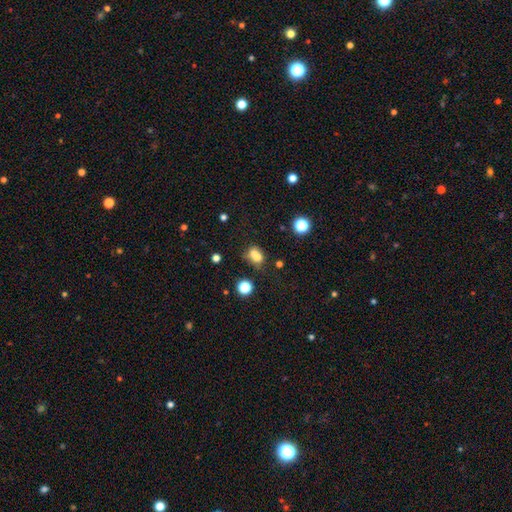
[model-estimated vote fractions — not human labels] This appears to be a smooth galaxy with no disk features (71%) that is in between round and cigar-shaped (57%). Merging: merger (38%).